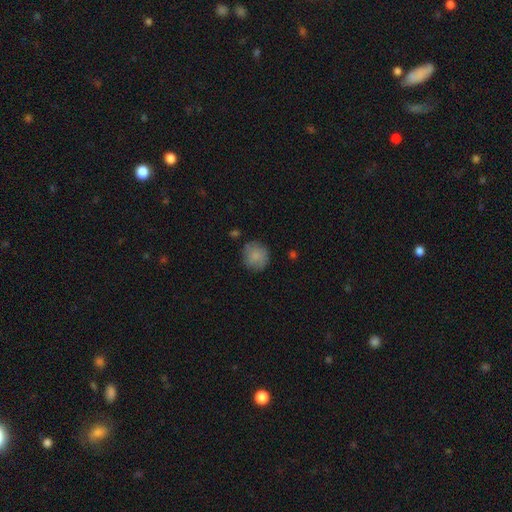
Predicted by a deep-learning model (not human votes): This is clearly a smooth galaxy (81%). How rounded: clearly round (87%). Merging: likely none (77%).